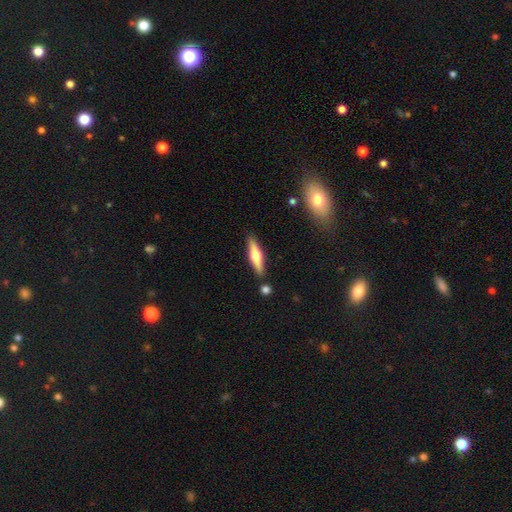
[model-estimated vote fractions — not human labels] Q: Smooth or featured?
A: featured or disk (48%); runner-up: smooth (46%)
Q: Merging?
A: none (85%); runner-up: minor disturbance (9%)